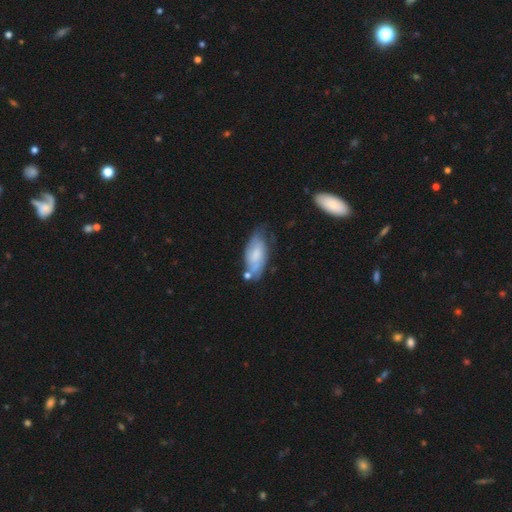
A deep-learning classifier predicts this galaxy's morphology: A smooth galaxy with no disk features (59%) that is in between round and cigar-shaped (86%). Merging: none (49%).